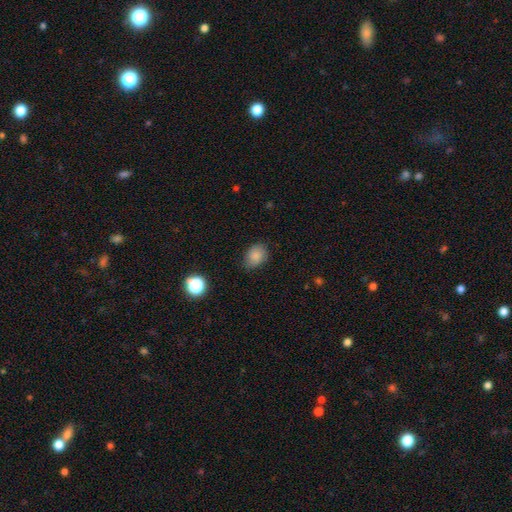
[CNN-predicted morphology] Q: Smooth or featured?
A: smooth (83%); runner-up: star or artifact (10%)
Q: How rounded?
A: in between (70%); runner-up: round (29%)
Q: Merging?
A: none (76%); runner-up: minor disturbance (19%)